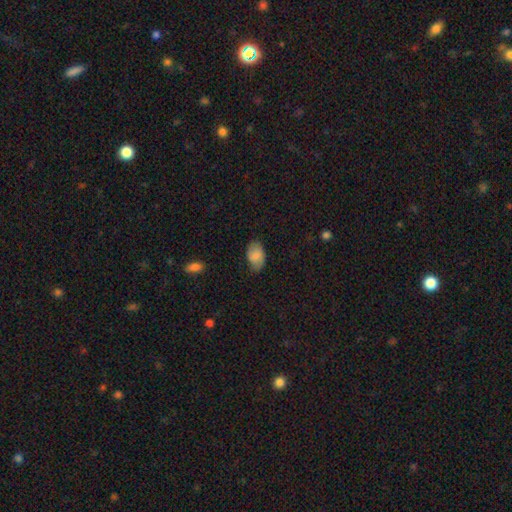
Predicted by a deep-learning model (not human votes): Smooth or featured? Predicted: smooth (p=0.82). How rounded? Predicted: in between (p=0.91). Merging? Predicted: none (p=0.73).